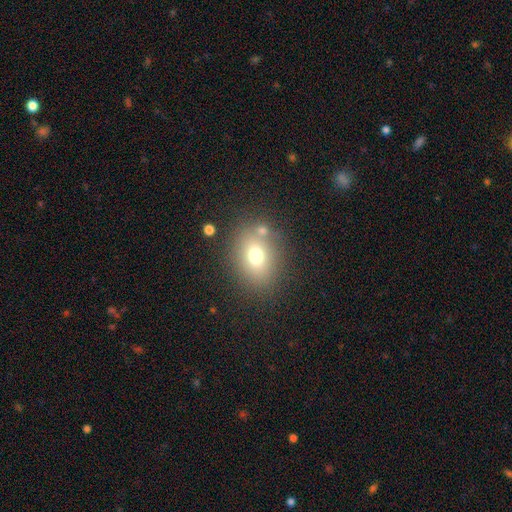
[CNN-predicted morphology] A smooth galaxy with no disk features (71%) that is in between round and cigar-shaped (59%). Merging: none (74%).